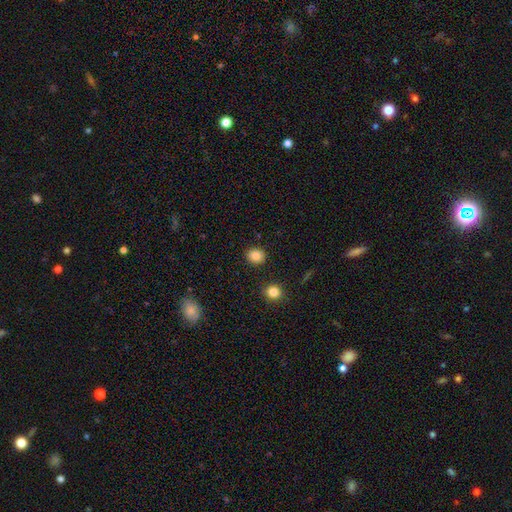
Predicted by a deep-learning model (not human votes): Q: Smooth or featured?
A: smooth (84%); runner-up: star or artifact (10%)
Q: How rounded?
A: round (73%); runner-up: in between (26%)
Q: Merging?
A: none (90%); runner-up: minor disturbance (6%)